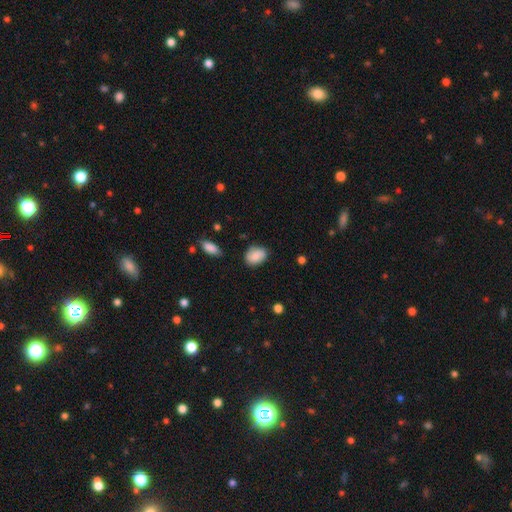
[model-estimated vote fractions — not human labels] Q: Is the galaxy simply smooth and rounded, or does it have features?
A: smooth — 76%.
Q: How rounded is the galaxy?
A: in between — 69%.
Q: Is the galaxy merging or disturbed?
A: none — 74%.